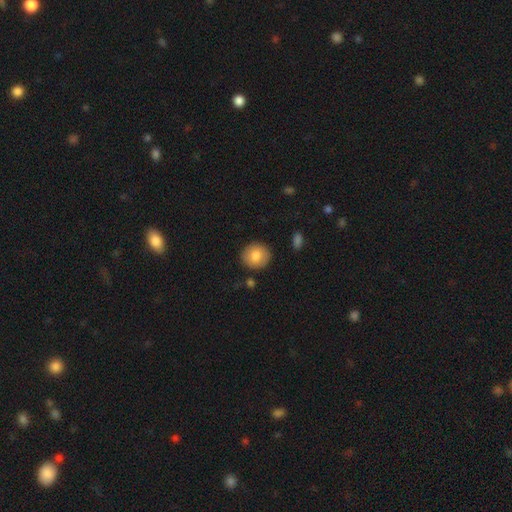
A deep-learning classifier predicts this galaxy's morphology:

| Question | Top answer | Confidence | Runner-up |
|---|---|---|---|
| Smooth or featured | smooth | 80% | featured or disk (12%) |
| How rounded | round | 85% | in between (14%) |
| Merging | none | 88% | minor disturbance (8%) |